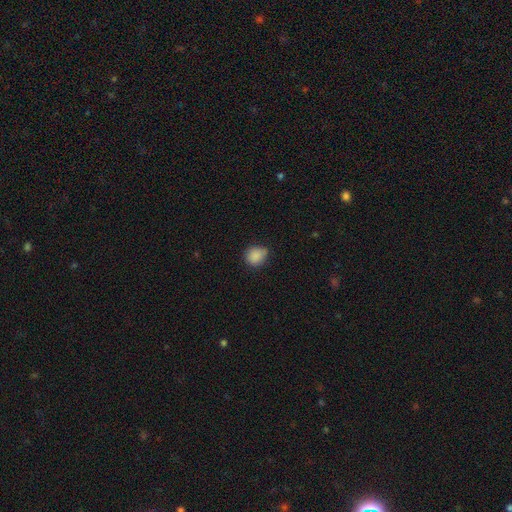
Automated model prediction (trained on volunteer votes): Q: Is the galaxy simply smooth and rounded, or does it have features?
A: smooth — 87%.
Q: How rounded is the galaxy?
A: round — 72%.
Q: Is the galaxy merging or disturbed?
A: none — 64%.